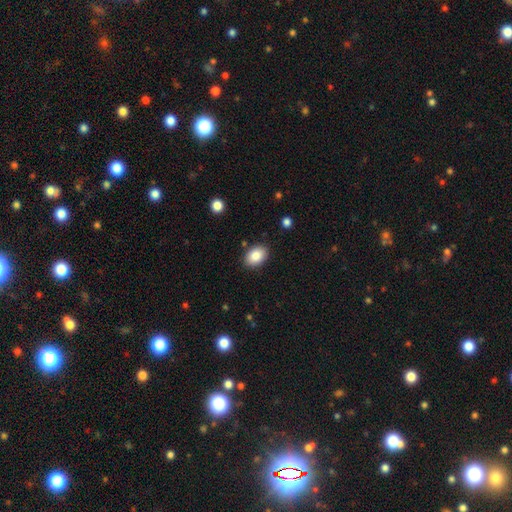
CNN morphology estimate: This appears to be a smooth galaxy with no disk features (86%) that is in between round and cigar-shaped (82%). Merging: none (87%).